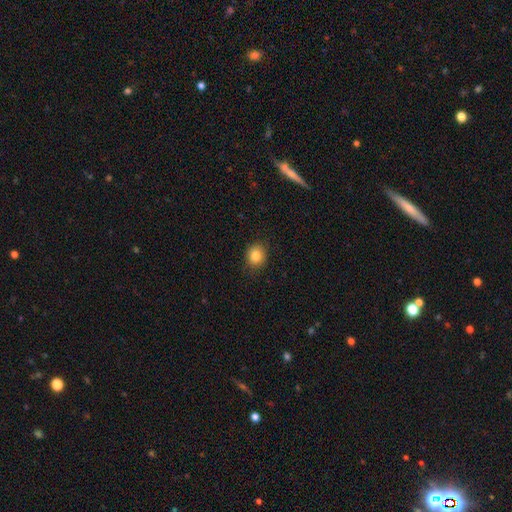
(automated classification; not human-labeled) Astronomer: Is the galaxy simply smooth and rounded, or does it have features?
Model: smooth — 84%.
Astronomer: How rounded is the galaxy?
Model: round — 70%.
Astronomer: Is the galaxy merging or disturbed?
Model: none — 86%.